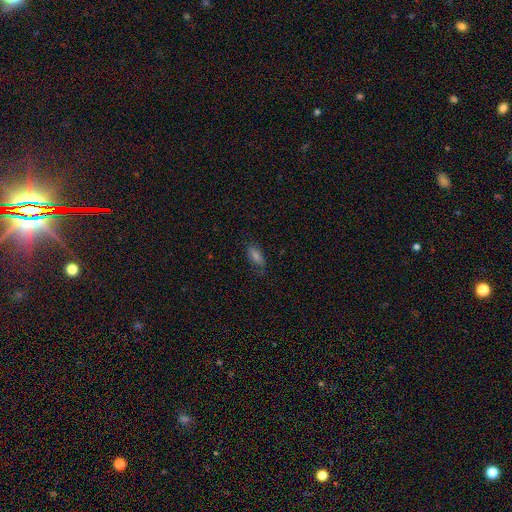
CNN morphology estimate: Smooth or featured?
  - smooth: 66% *
  - featured or disk: 20%
  - star or artifact: 14%
How rounded?
  - in between: 73% *
  - cigar-shaped: 22%
  - round: 4%
Merging?
  - none: 73% *
  - minor disturbance: 20%
  - major disturbance: 5%
  - merger: 1%